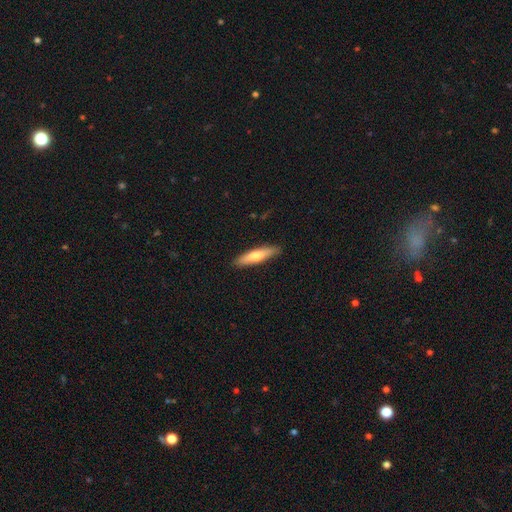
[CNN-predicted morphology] Smooth or featured? Predicted: smooth (p=0.67). How rounded? Predicted: cigar-shaped (p=0.82). Merging? Predicted: none (p=0.89).